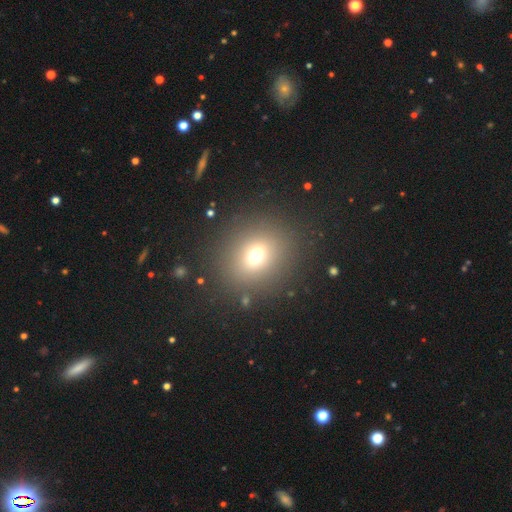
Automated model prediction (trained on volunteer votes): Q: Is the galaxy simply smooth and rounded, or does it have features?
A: smooth — 66%.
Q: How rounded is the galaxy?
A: round — 67%.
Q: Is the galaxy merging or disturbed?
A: none — 85%.